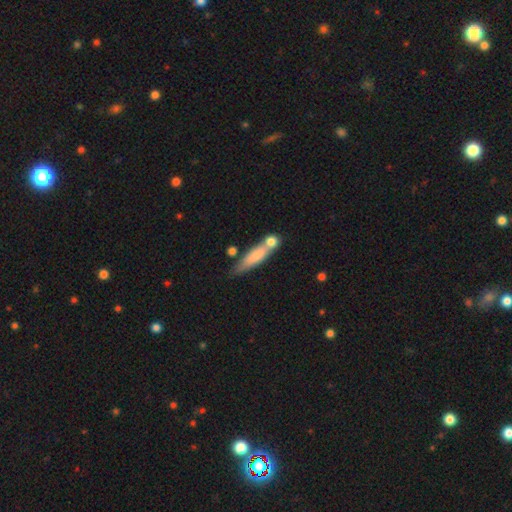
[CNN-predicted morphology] Overall: smooth (69%). How rounded: cigar-shaped (73%). Merging: none (49%; merger 30%).